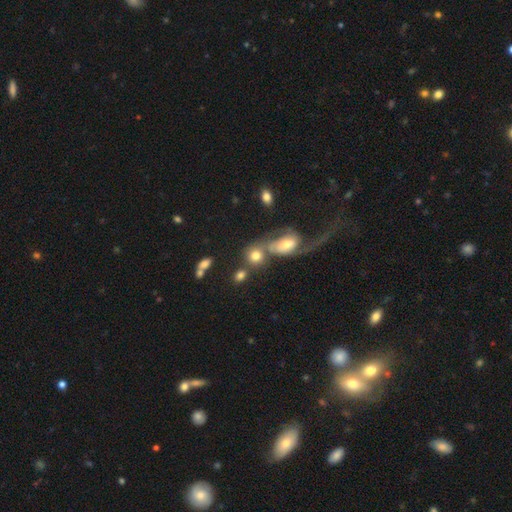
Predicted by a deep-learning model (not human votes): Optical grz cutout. It shows a smooth galaxy with no disk features (71%) that is round (71%). Merging: merger (51%).